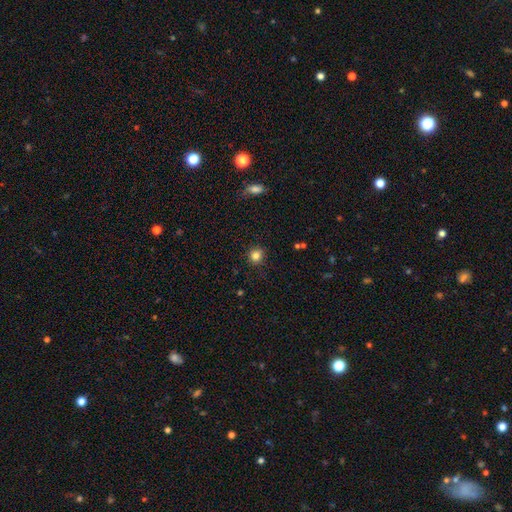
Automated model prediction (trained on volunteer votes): This appears to be a smooth galaxy with no disk features (83%) that is round (83%). Merging: none (85%).